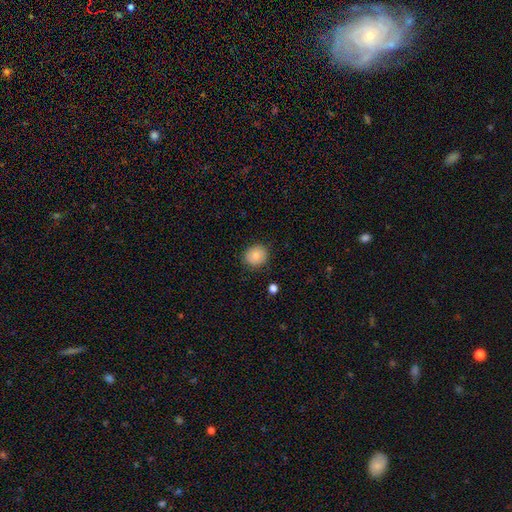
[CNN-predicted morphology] Q: Smooth or featured?
A: smooth (82%); runner-up: featured or disk (10%)
Q: How rounded?
A: round (80%); runner-up: in between (19%)
Q: Merging?
A: none (86%); runner-up: minor disturbance (11%)